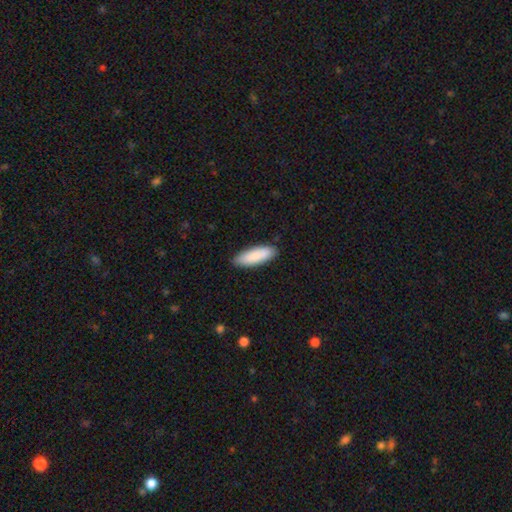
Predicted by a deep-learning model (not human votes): smooth 87%, featured or disk 7%, star or artifact 5%. Down the decision tree: how rounded — in between (60%); merging — none (86%).